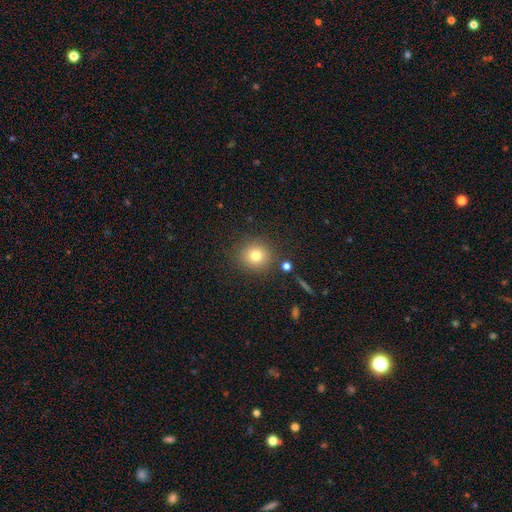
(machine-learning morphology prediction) Q: Smooth or featured?
A: smooth (78%); runner-up: star or artifact (13%)
Q: How rounded?
A: round (89%); runner-up: in between (10%)
Q: Merging?
A: none (85%); runner-up: minor disturbance (8%)